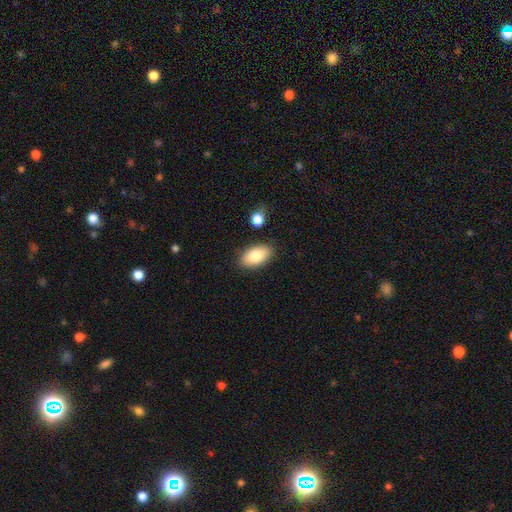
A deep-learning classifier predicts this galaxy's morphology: smooth 82%, featured or disk 11%, star or artifact 7%. Down the decision tree: how rounded — in between (94%); merging — none (84%).